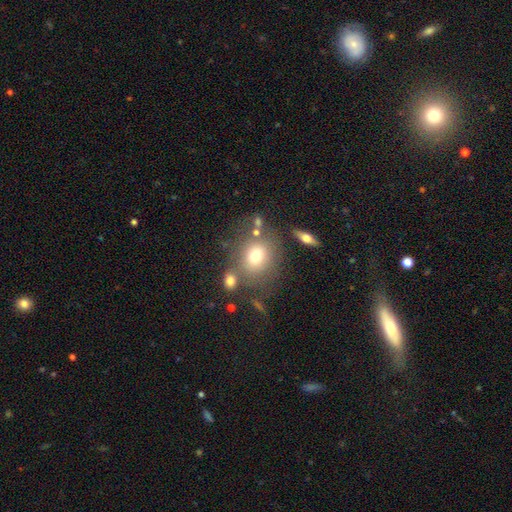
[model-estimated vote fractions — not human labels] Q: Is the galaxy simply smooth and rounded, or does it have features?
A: smooth — 71%.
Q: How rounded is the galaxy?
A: round — 68%.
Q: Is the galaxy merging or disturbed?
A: none — 67%.